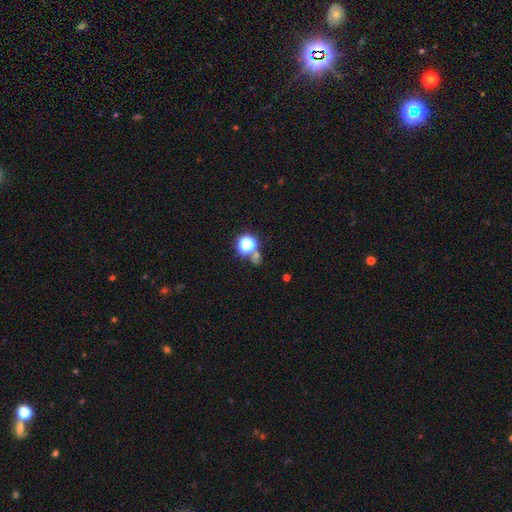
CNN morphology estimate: This appears to be a star or artifact, not a galaxy (54%).